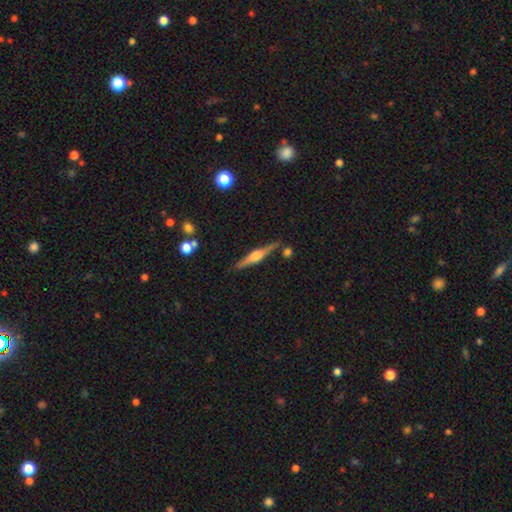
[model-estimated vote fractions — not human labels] Q: Smooth or featured?
A: featured or disk (79%); runner-up: smooth (15%)
Q: Edge-on disk?
A: yes (98%); runner-up: no (2%)
Q: Edge-on bulge?
A: rounded (82%); runner-up: boxy (15%)
Q: Merging?
A: none (86%); runner-up: minor disturbance (8%)